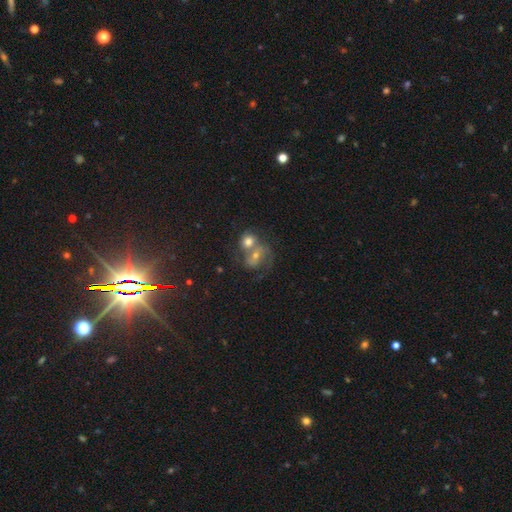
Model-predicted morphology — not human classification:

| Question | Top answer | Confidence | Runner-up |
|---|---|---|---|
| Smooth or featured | featured or disk | 50% | smooth (37%) |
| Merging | merger | 64% | none (21%) |